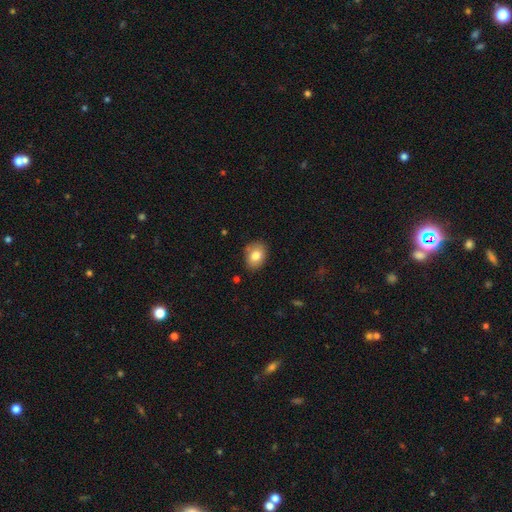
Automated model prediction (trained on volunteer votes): Q: Smooth or featured?
A: smooth (81%); runner-up: featured or disk (11%)
Q: How rounded?
A: in between (68%); runner-up: round (31%)
Q: Merging?
A: none (81%); runner-up: minor disturbance (14%)